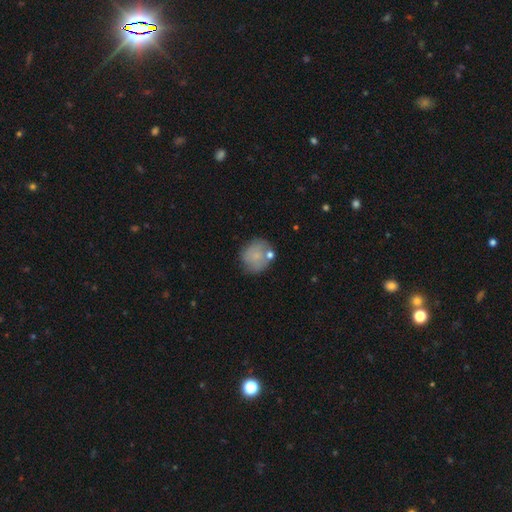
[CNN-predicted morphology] smooth-or-featured: smooth: 75% | featured or disk: 17% | star or artifact: 8%
  how-rounded: round: 84% | in between: 15% | cigar-shaped: 1%
  merging: none: 63% | minor disturbance: 19% | merger: 12% | major disturbance: 6%